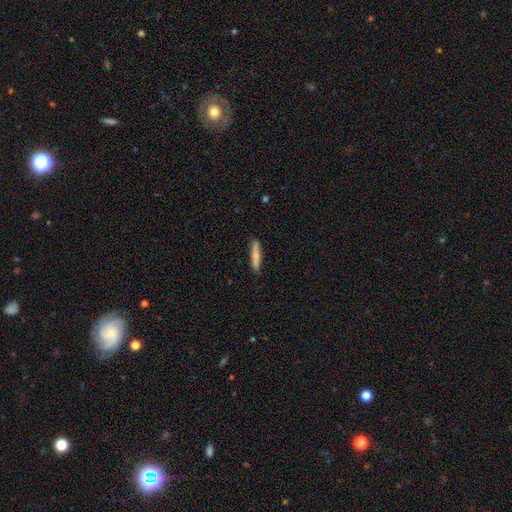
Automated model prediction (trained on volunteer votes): Smooth or featured: smooth — 75% (featured or disk — 20%)
How rounded: cigar-shaped — 89% (in between — 9%)
Merging: none — 88% (minor disturbance — 9%)